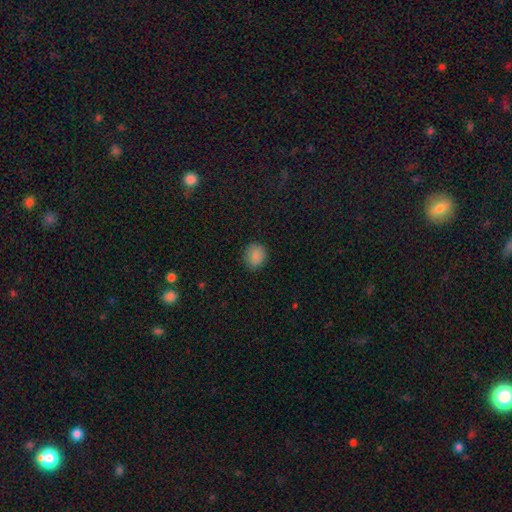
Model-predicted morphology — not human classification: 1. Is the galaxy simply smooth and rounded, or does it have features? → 86% smooth, 10% star or artifact, 4% featured or disk.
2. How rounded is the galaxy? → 75% round, 24% in between, 1% cigar-shaped.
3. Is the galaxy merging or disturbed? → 85% none, 11% minor disturbance, 3% major disturbance, 1% merger.